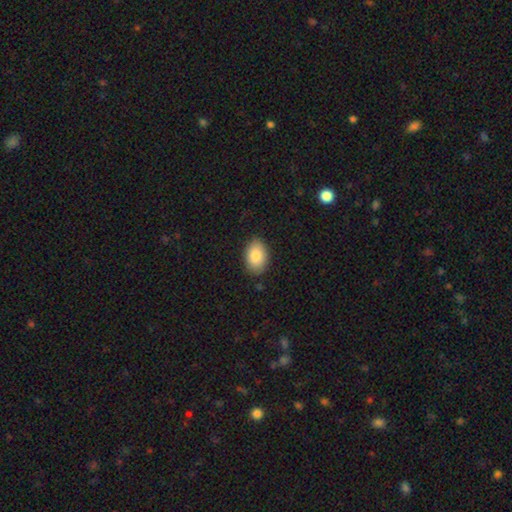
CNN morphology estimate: Smooth or featured? smooth (85%)
How rounded? in between (88%)
Merging? none (85%)